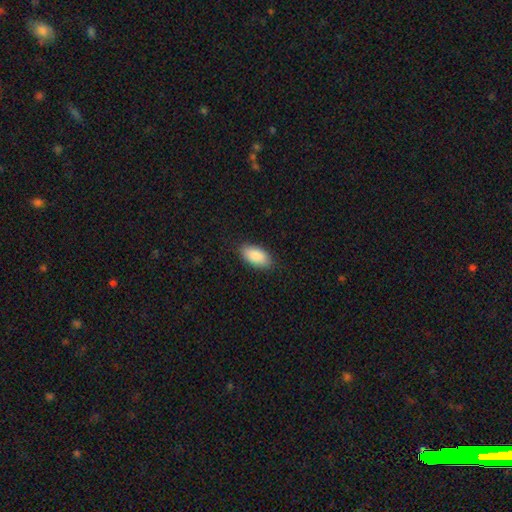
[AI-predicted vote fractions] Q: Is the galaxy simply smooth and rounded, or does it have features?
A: smooth — 89%.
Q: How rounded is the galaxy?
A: in between — 94%.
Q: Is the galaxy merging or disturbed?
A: none — 87%.